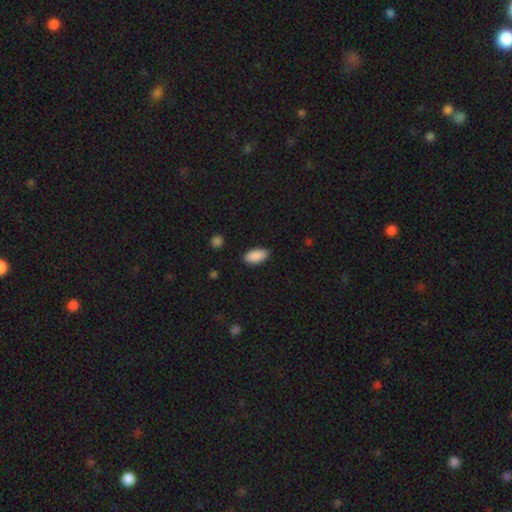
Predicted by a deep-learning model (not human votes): Smooth or featured? Predicted: smooth (p=0.90). How rounded? Predicted: in between (p=0.93). Merging? Predicted: none (p=0.88).